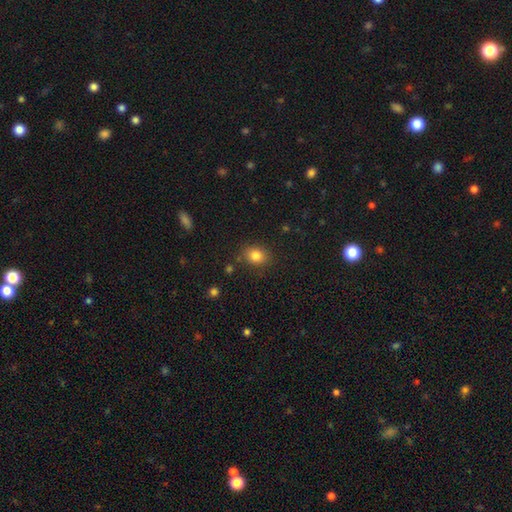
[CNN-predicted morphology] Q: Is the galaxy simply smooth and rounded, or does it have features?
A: smooth — 83%.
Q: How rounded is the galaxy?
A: round — 52%.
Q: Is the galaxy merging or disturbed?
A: none — 82%.